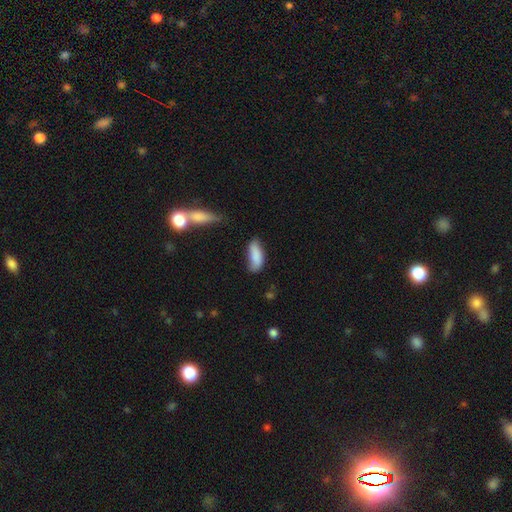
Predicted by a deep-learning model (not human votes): A smooth galaxy with no disk features (83%) that is in between round and cigar-shaped (76%). Merging: none (56%).